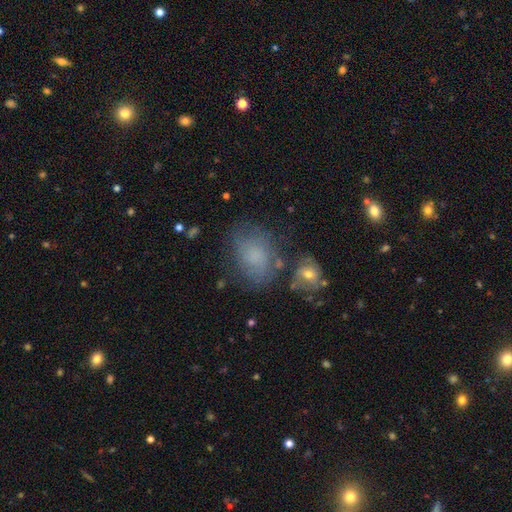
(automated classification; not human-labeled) Smooth or featured? smooth (54%)
How rounded? in between (64%)
Merging? none (59%)